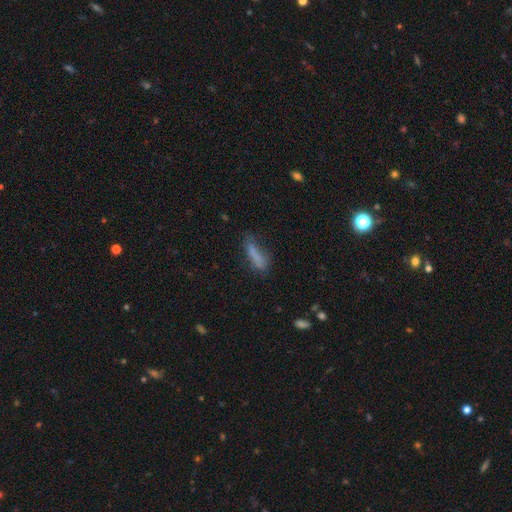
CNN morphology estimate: smooth_or_featured: smooth (p=0.73) [alt: featured or disk p=0.16]
how_rounded: cigar-shaped (p=0.69) [alt: in between p=0.29]
merging: none (p=0.53) [alt: minor disturbance p=0.27]